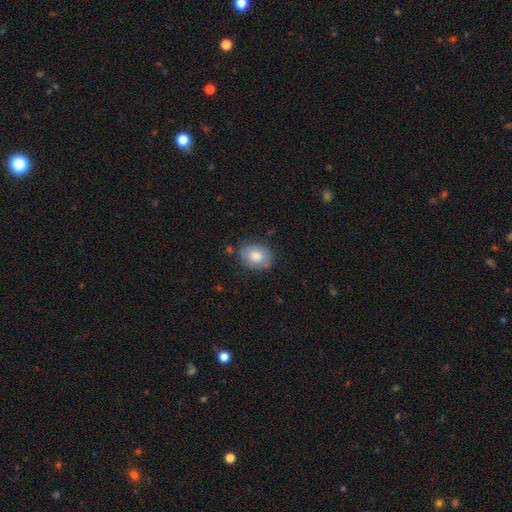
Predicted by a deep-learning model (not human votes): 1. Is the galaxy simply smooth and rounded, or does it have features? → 75% smooth, 17% featured or disk, 7% star or artifact.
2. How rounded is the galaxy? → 60% in between, 39% round, 1% cigar-shaped.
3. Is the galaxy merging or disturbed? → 78% none, 17% minor disturbance, 4% major disturbance, 2% merger.